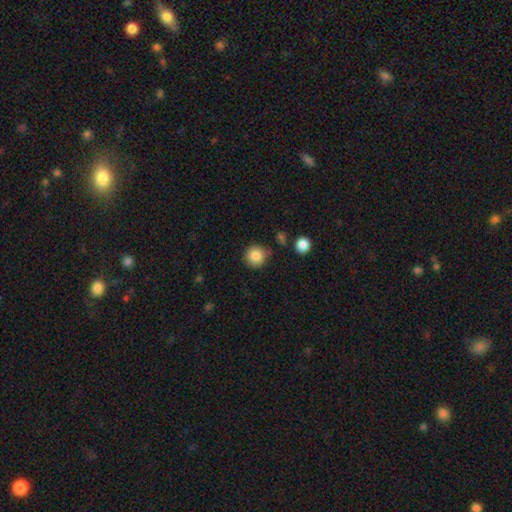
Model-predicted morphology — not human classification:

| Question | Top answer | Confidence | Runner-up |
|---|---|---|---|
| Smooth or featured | smooth | 85% | star or artifact (9%) |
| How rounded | round | 93% | in between (6%) |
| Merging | none | 83% | minor disturbance (10%) |